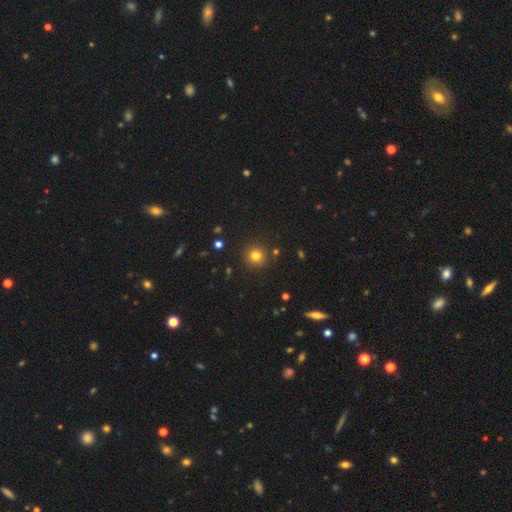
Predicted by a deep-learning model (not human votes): Overall: smooth (79%). How rounded: round (93%). Merging: none (89%).